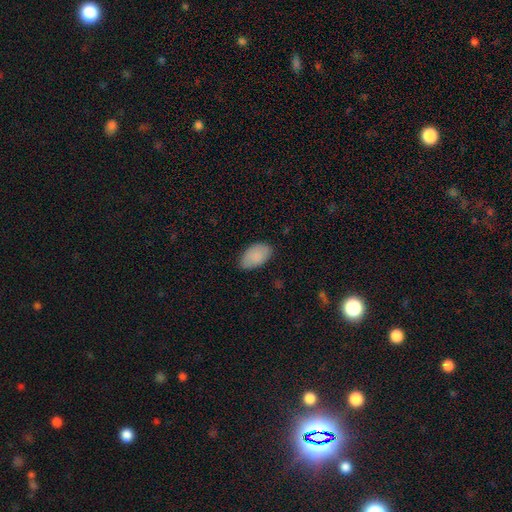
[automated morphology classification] A smooth galaxy with no disk features (89%) that is in between round and cigar-shaped (95%). Merging: none (81%).